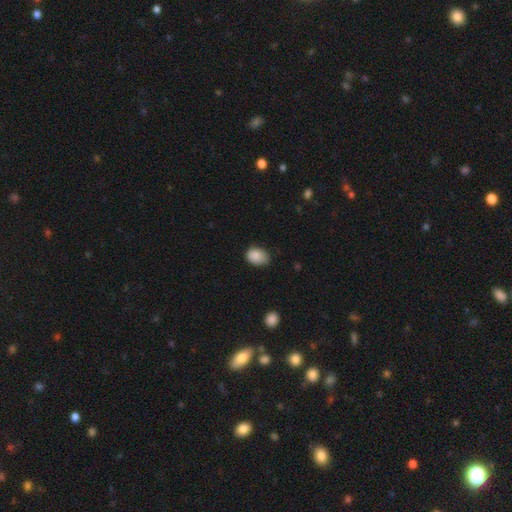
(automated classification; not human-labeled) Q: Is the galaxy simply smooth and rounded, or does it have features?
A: smooth — 86%.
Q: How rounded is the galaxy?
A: in between — 67%.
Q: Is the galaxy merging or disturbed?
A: none — 62%.